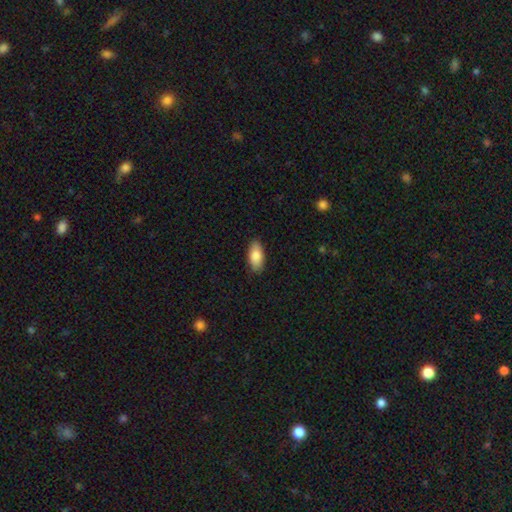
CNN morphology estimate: smooth 84%, featured or disk 10%, star or artifact 6%. Down the decision tree: how rounded — in between (89%); merging — none (87%).